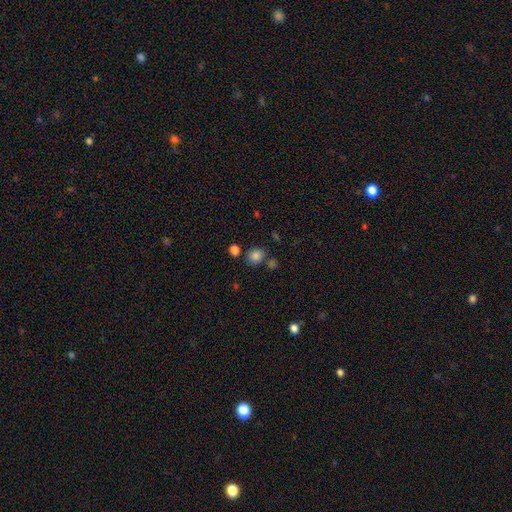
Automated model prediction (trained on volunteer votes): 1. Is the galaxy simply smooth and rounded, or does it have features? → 83% smooth, 12% star or artifact, 5% featured or disk.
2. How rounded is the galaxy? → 66% round, 34% in between, 1% cigar-shaped.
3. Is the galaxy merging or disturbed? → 75% none, 12% minor disturbance, 10% merger, 4% major disturbance.